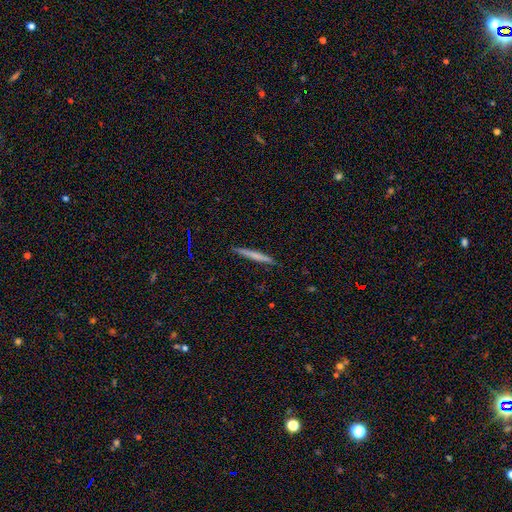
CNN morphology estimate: Overall: smooth (58%; featured or disk 36%). How rounded: cigar-shaped (96%). Merging: none (90%).